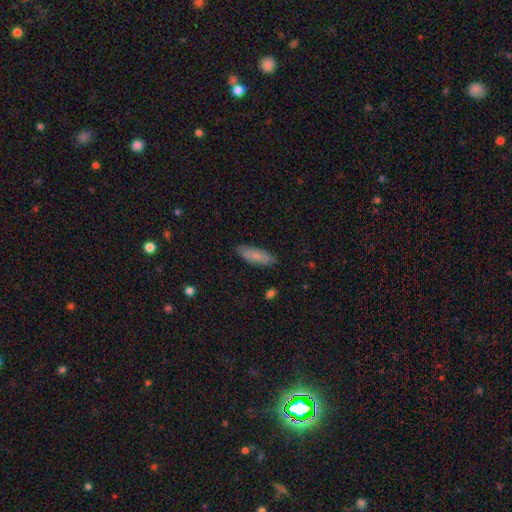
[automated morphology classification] A smooth galaxy with no disk features (73%) that is in between round and cigar-shaped (66%). Merging: none (84%).